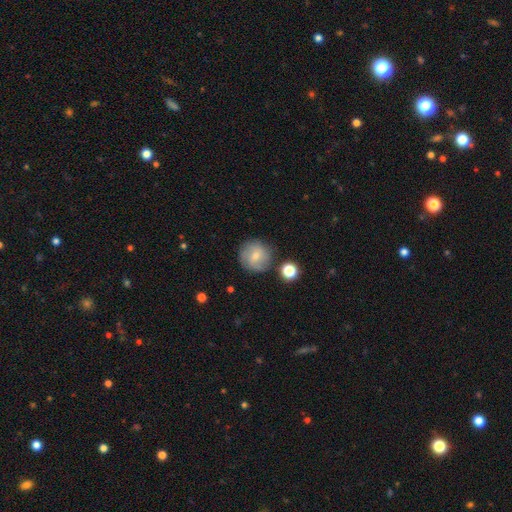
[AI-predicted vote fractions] Smooth or featured? Predicted: smooth (p=0.65). How rounded? Predicted: round (p=0.94). Merging? Predicted: none (p=0.79).